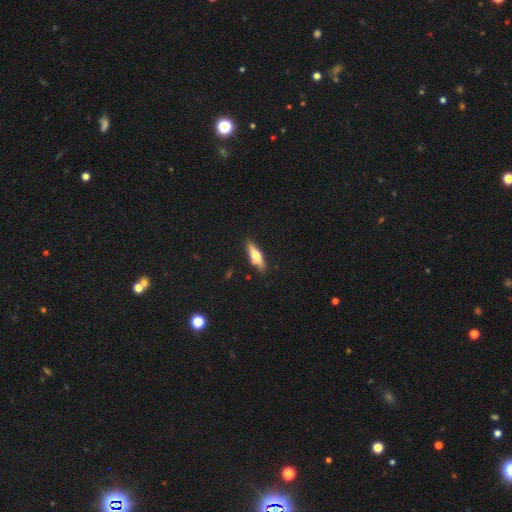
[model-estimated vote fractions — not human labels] Smooth or featured? smooth (49%)
Merging? none (86%)